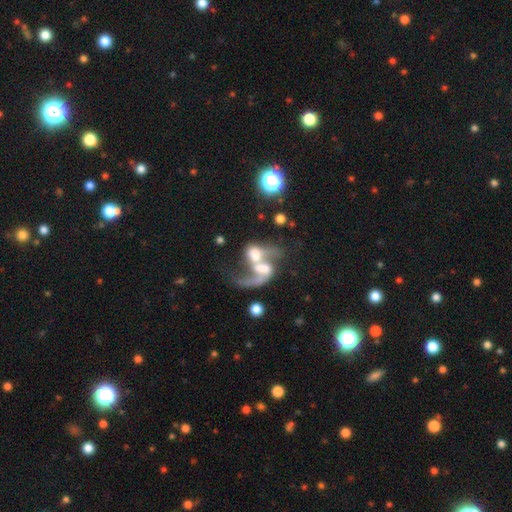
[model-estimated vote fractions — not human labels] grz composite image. It shows a featured or disk galaxy (64%) with no bar (48%), spiral arms (75%) and a moderate central bulge (34%). Merging: merger (69%).